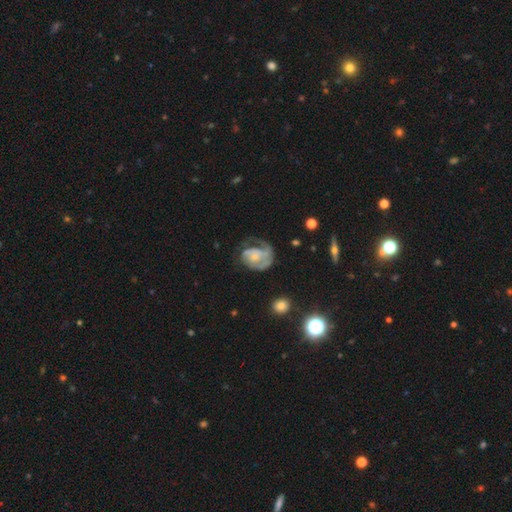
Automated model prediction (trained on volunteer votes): A featured or disk galaxy (73%) with no bar (69%), 1 (45%) tight (46%) spiral arms (85%) and a small central bulge (50%). Merging: none (39%).